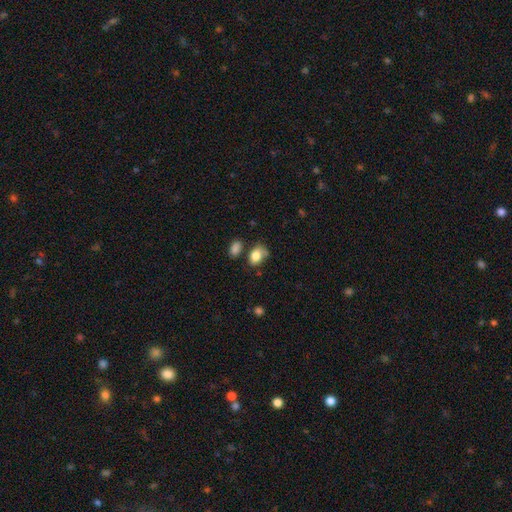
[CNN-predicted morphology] This appears to be a smooth galaxy with no disk features (82%) that is in between round and cigar-shaped (73%). Merging: none (47%).